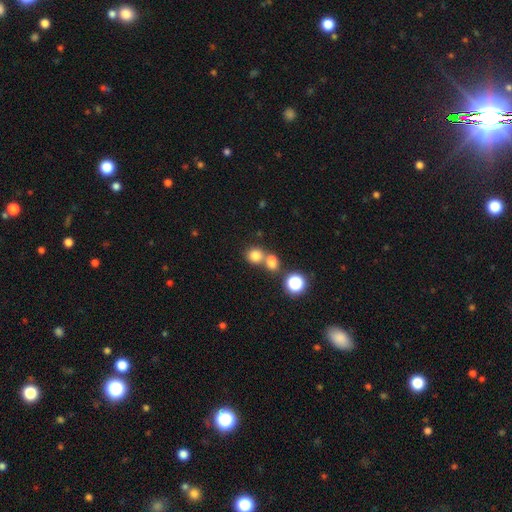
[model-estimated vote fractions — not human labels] Smooth or featured? smooth (78%)
How rounded? round (79%)
Merging? none (48%)